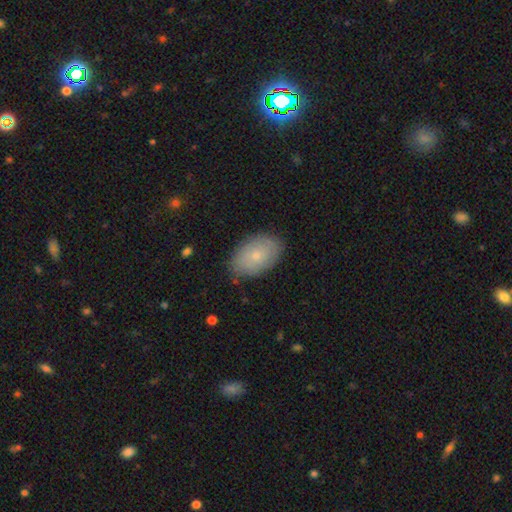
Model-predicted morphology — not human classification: smooth-or-featured: smooth: 68% | featured or disk: 25% | star or artifact: 7%
  how-rounded: in between: 90% | round: 9% | cigar-shaped: 1%
  merging: none: 82% | minor disturbance: 14% | major disturbance: 3% | merger: 1%